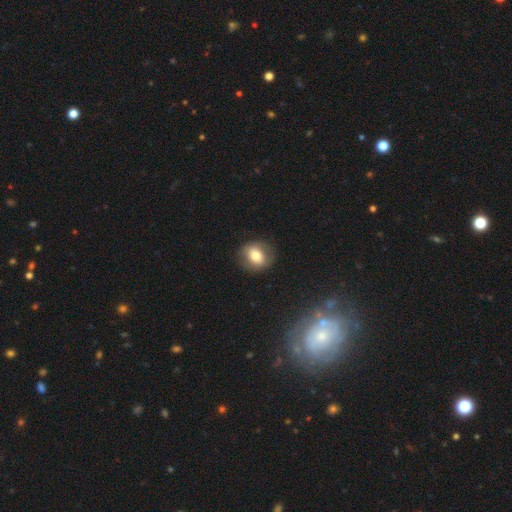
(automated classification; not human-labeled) Overall: smooth (70%). How rounded: round (61%; in between 38%). Merging: none (82%).